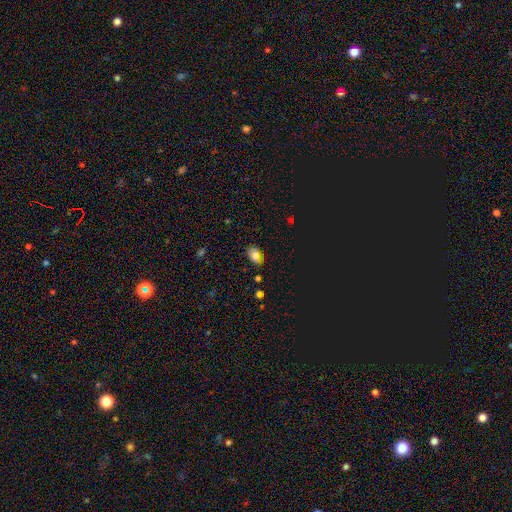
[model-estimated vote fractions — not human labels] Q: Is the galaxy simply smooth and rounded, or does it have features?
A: smooth — 69%.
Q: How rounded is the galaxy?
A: in between — 83%.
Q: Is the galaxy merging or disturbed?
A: none — 83%.